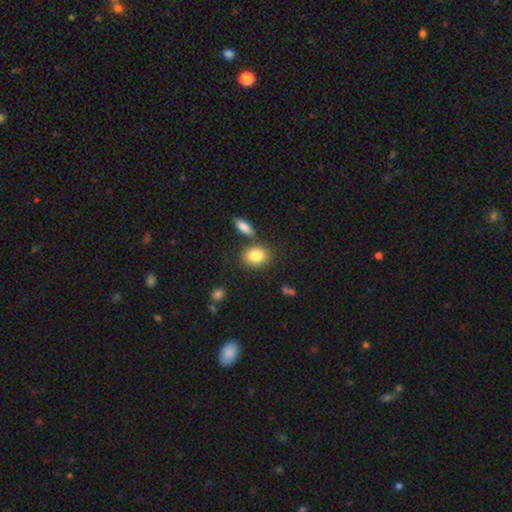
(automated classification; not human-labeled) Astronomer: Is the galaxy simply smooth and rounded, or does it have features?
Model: smooth — 84%.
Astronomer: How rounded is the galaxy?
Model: in between — 57% (runner-up: round, 42%).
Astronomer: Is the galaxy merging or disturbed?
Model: none — 71%.